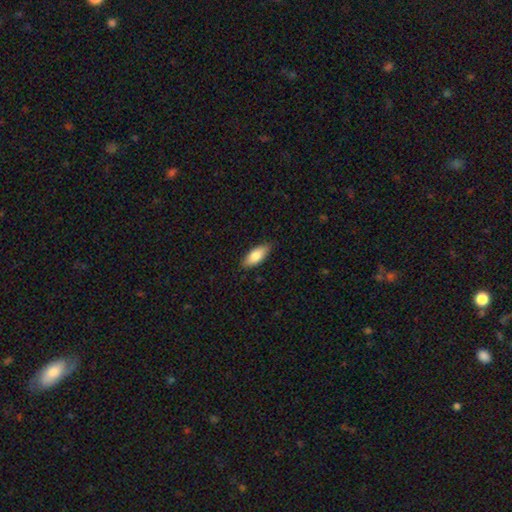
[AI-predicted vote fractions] A smooth galaxy with no disk features (81%) that is in between round and cigar-shaped (84%).

Vote fractions:
- Smooth or featured? smooth: 81% / featured or disk: 13% / star or artifact: 6%
- How rounded? in between: 84% / cigar-shaped: 14% / round: 2%
- Merging? none: 84% / minor disturbance: 13% / major disturbance: 2% / merger: 1%